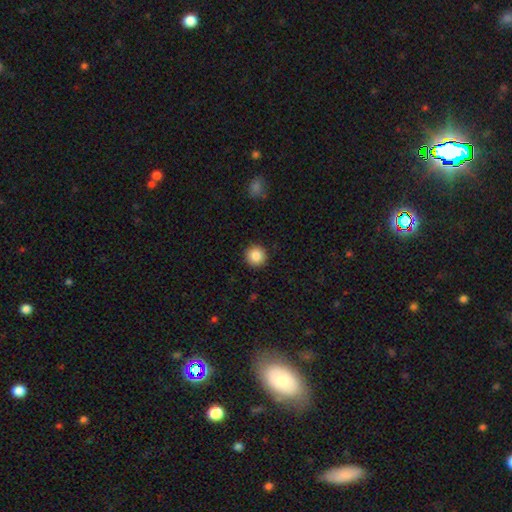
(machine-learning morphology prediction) Smooth or featured? smooth (86%)
How rounded? round (95%)
Merging? none (92%)